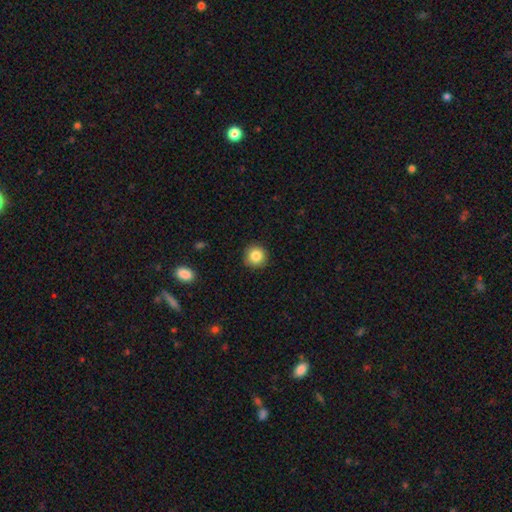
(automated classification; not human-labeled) smooth 85%, star or artifact 10%, featured or disk 5%. Down the decision tree: how rounded — round (94%); merging — none (90%).